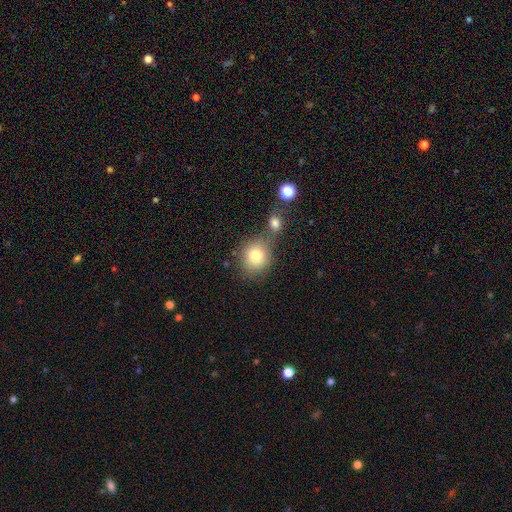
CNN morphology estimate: Q: Smooth or featured?
A: smooth (79%); runner-up: featured or disk (10%)
Q: How rounded?
A: round (77%); runner-up: in between (22%)
Q: Merging?
A: none (58%); runner-up: merger (24%)